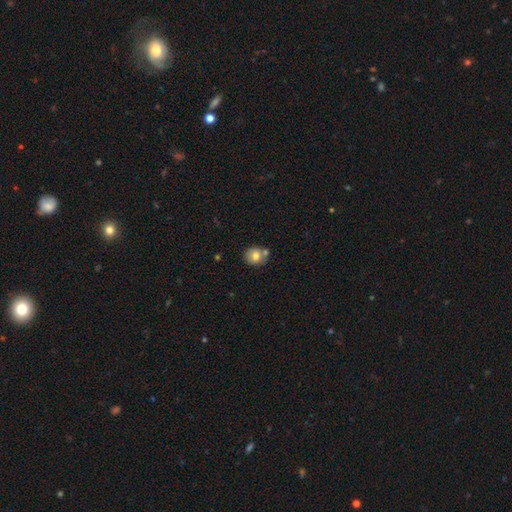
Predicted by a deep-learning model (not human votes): Smooth or featured? Predicted: smooth (p=0.73). How rounded? Predicted: round (p=0.81). Merging? Predicted: none (p=0.59).